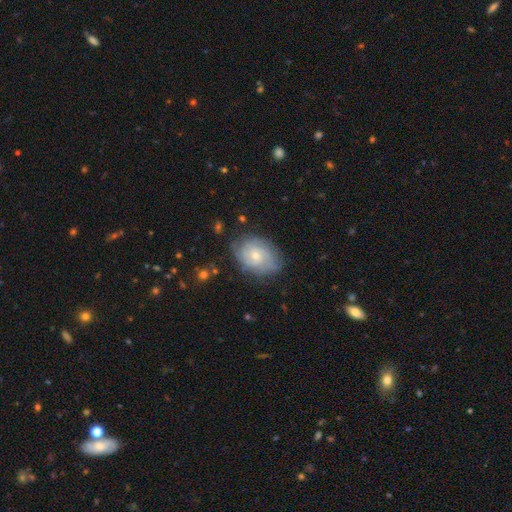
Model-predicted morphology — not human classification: Smooth or featured?
  - featured or disk: 63% *
  - smooth: 30%
  - star or artifact: 7%
Edge-on disk?
  - no: 97% *
  - yes: 3%
Bar?
  - no: 75% *
  - weak: 22%
  - strong: 3%
Spiral arms?
  - yes: 85% *
  - no: 15%
Spiral winding?
  - tight: 59% *
  - medium: 31%
  - loose: 11%
Spiral arm count?
  - can't tell: 46% *
  - 2: 23%
  - 3: 14%
  - 4: 8%
  - 1: 5%
  - more than 4: 4%
Bulge size?
  - small: 63% *
  - moderate: 33%
  - large: 2%
  - none: 2%
  - dominant: 1%
Merging?
  - none: 72% *
  - minor disturbance: 20%
  - major disturbance: 7%
  - merger: 2%